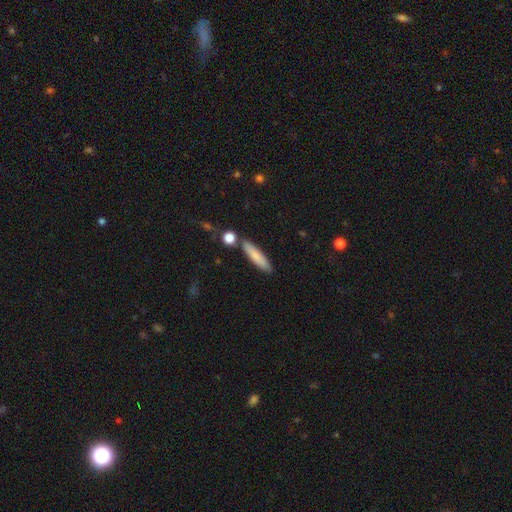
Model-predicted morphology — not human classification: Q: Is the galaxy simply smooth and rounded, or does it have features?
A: smooth — 79%.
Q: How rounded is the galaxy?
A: cigar-shaped — 81%.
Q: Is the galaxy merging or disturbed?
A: none — 80%.